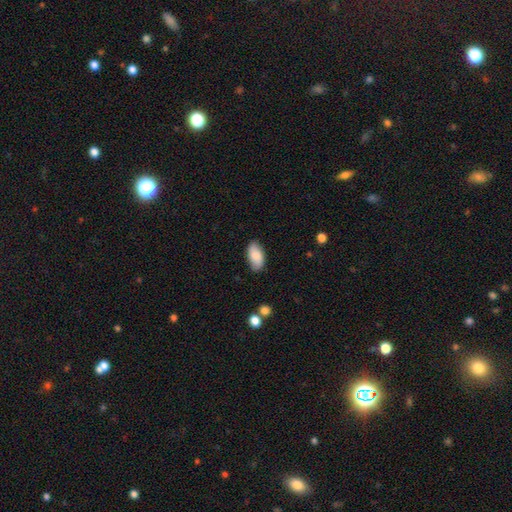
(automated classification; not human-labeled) Smooth or featured?
  - smooth: 80% *
  - featured or disk: 13%
  - star or artifact: 7%
How rounded?
  - in between: 94% *
  - cigar-shaped: 3%
  - round: 3%
Merging?
  - none: 80% *
  - minor disturbance: 16%
  - major disturbance: 3%
  - merger: 2%